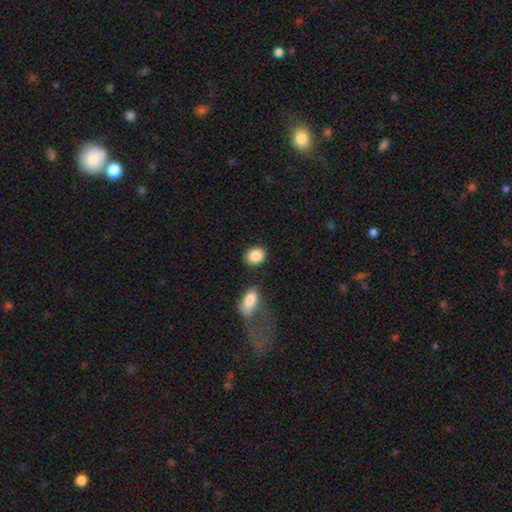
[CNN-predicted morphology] The model was most divided on "how rounded": round: 57%, in between: 42%, cigar-shaped: 2%. More confident: smooth or featured — smooth (87%); merging — none (81%).